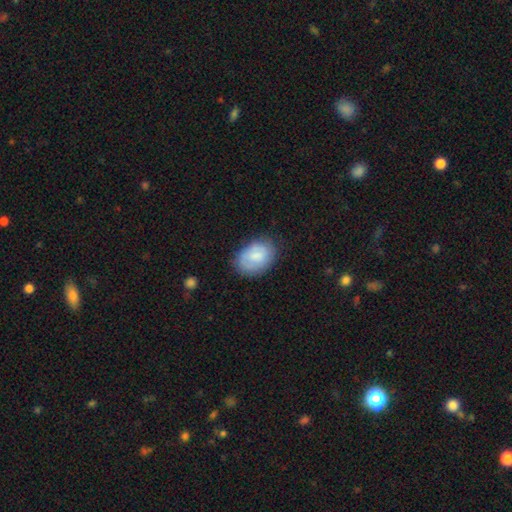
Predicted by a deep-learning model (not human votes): A smooth galaxy with no disk features (67%) that is in between round and cigar-shaped (81%).

Vote fractions:
- Smooth or featured? smooth: 67% / featured or disk: 26% / star or artifact: 7%
- How rounded? in between: 81% / round: 18% / cigar-shaped: 1%
- Merging? none: 73% / minor disturbance: 20% / major disturbance: 6% / merger: 2%